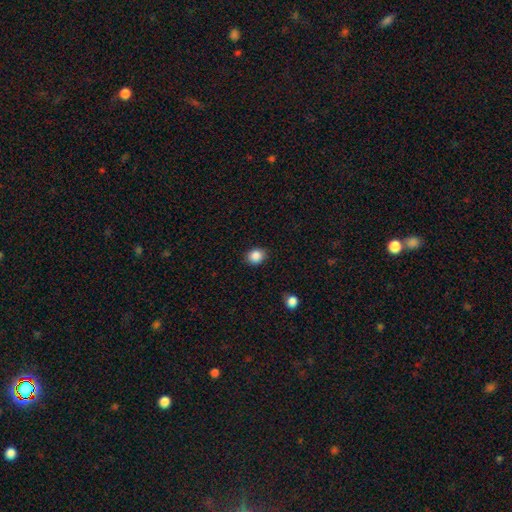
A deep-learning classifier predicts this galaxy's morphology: The model was most divided on "how rounded": round: 60%, in between: 39%, cigar-shaped: 1%. More confident: merging — none (88%); smooth or featured — smooth (87%).